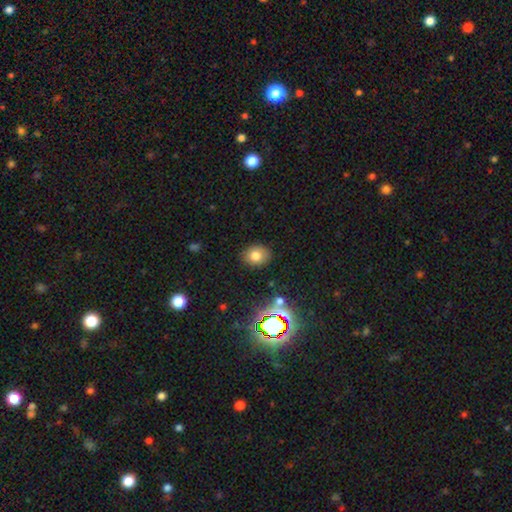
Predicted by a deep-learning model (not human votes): The model was most divided on "how rounded": round: 50%, in between: 49%, cigar-shaped: 1%. More confident: merging — none (86%); smooth or featured — smooth (77%).